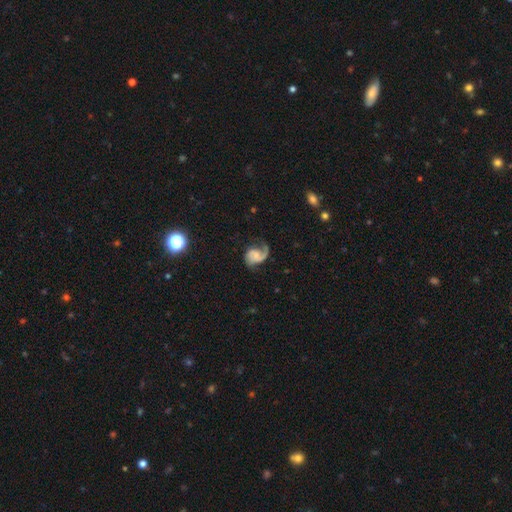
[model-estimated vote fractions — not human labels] smooth-or-featured: featured or disk: 80% | smooth: 14% | star or artifact: 6%
  disk-edge-on: no: 98% | yes: 2%
    bar: no: 61% | weak: 32% | strong: 7%
    has-spiral-arms: yes: 95% | no: 5%
      spiral-winding: medium: 46% | loose: 35% | tight: 20%
      spiral-arm-count: 2: 58% | 1: 35% | can't tell: 4% | 3: 1% | 4: 1% | more than 4: 1%
    bulge-size: small: 52% | moderate: 29% | none: 15% | large: 3% | dominant: 1%
  merging: none: 54% | minor disturbance: 23% | major disturbance: 21% | merger: 2%